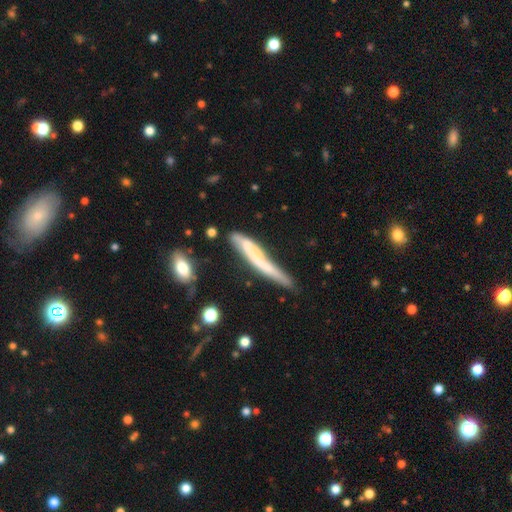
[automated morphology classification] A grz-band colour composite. It shows a smooth galaxy with no disk features (47%). Merging: none (39%).